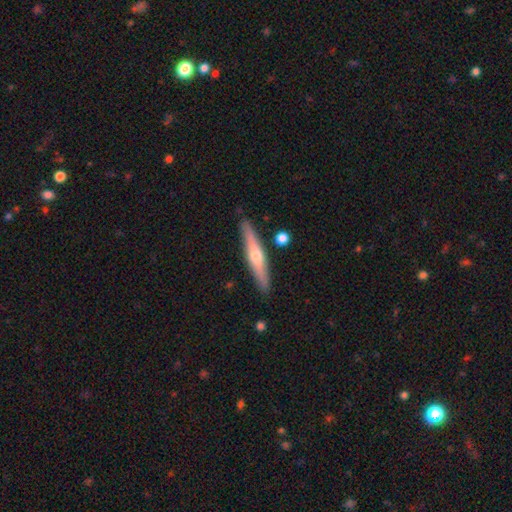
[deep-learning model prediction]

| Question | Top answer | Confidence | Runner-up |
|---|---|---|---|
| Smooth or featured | featured or disk | 59% | smooth (36%) |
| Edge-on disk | yes | 95% | no (5%) |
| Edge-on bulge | rounded | 89% | none (8%) |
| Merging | none | 89% | minor disturbance (7%) |